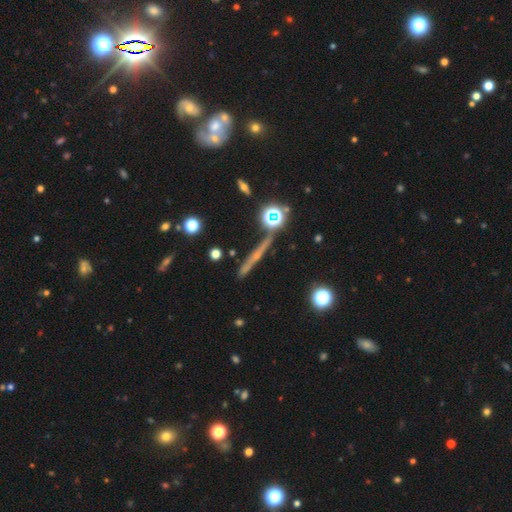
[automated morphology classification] type=featured or disk (52%); edge-on=yes (93%); merging=none (80%).